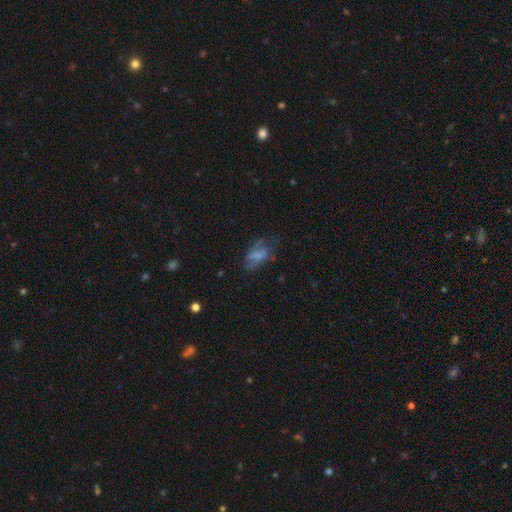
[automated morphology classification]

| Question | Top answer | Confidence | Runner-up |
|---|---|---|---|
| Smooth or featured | smooth | 46% | featured or disk (38%) |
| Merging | none | 49% | minor disturbance (25%) |